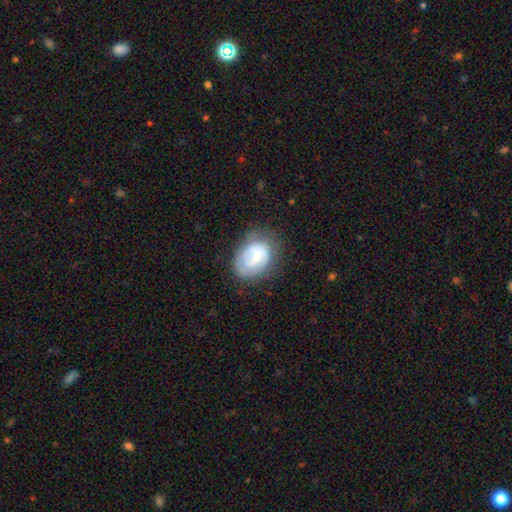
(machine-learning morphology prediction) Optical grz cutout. It shows a featured or disk galaxy (51%). Merging: none (62%).